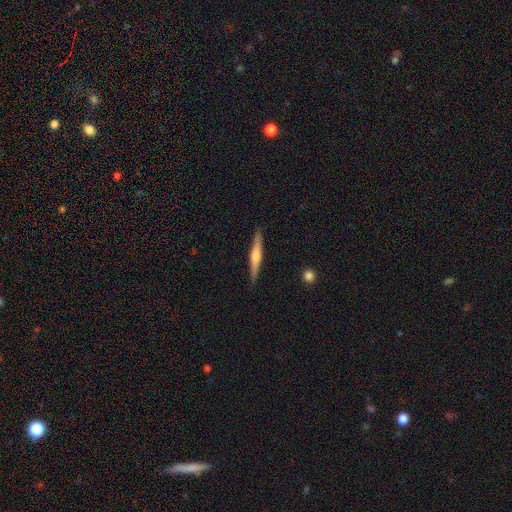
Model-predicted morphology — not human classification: This is possibly a featured or disk galaxy (58%). It is clearly viewed edge-on (97%). Edge-on bulge: likely rounded (63%). Merging: clearly none (90%).